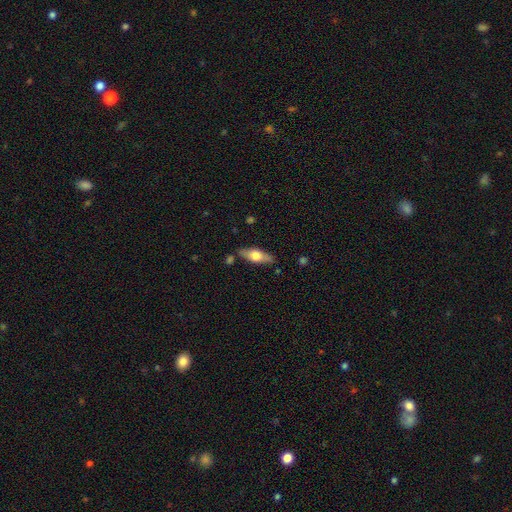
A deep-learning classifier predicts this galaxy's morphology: This appears to be a smooth galaxy with no disk features (54%) that is in between round and cigar-shaped (63%). Merging: none (81%).